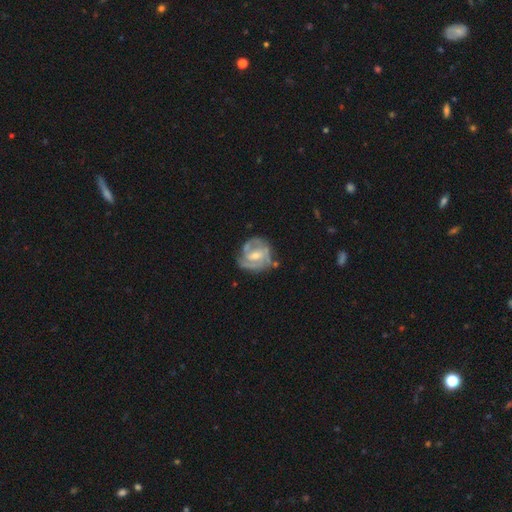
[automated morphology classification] Smooth or featured? featured or disk (82%)
Edge-on disk? no (98%)
Bar? weak (49%)
Spiral arms? yes (90%)
Spiral winding? tight (51%)
Spiral arm count? 2 (41%)
Bulge size? moderate (50%)
Merging? none (60%)